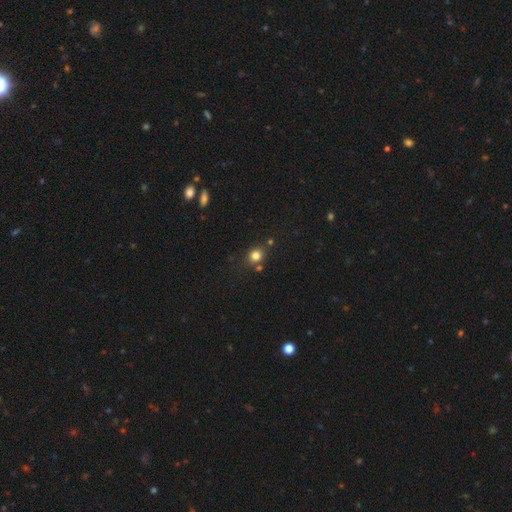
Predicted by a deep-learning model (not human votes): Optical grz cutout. It shows a smooth galaxy with no disk features (79%) that is round (79%). Merging: none (75%).